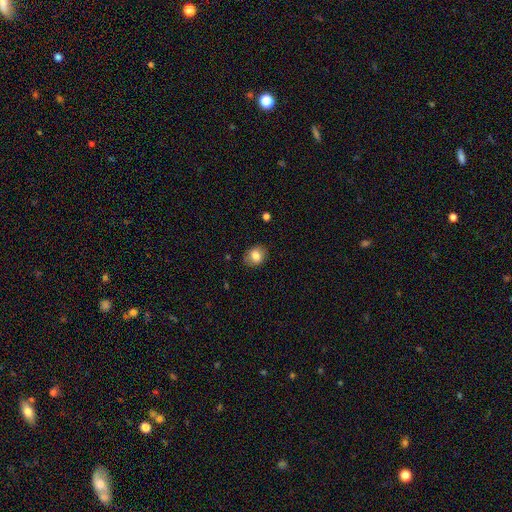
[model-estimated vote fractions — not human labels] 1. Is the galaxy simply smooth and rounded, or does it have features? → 81% smooth, 11% featured or disk, 9% star or artifact.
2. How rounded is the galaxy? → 58% round, 41% in between, 1% cigar-shaped.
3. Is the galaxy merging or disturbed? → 80% none, 15% minor disturbance, 3% major disturbance, 1% merger.